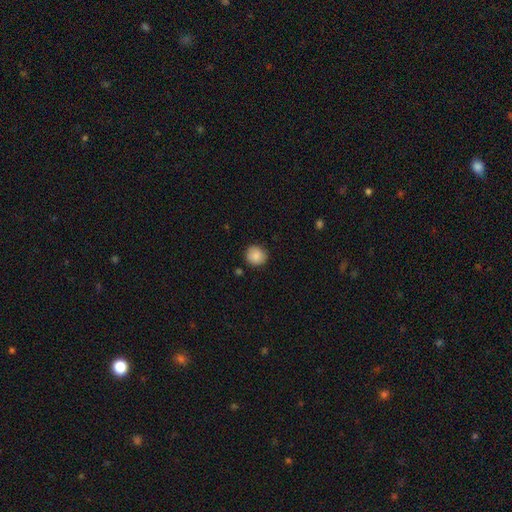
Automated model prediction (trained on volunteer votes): Overall: smooth (88%). How rounded: round (89%). Merging: none (87%).